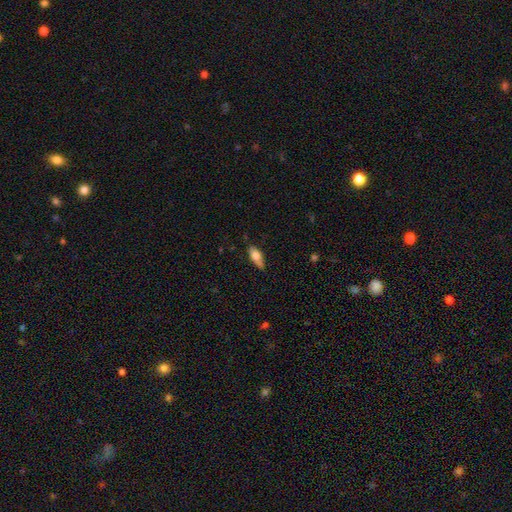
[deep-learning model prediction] This appears to be a smooth galaxy with no disk features (70%) that is in between round and cigar-shaped (77%). Merging: none (69%).